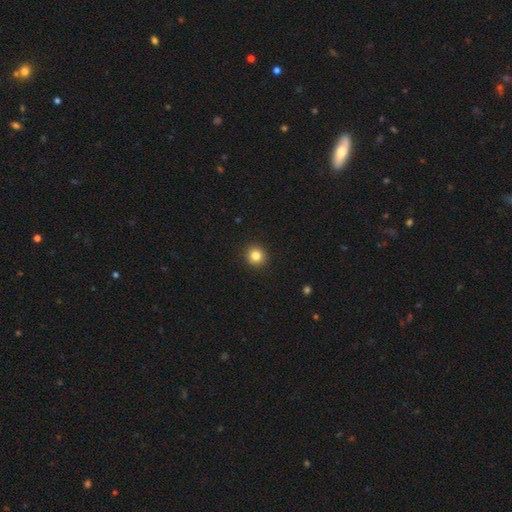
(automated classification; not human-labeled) A smooth galaxy with no disk features (83%) that is round (92%).

Vote fractions:
- Smooth or featured? smooth: 83% / star or artifact: 11% / featured or disk: 6%
- How rounded? round: 92% / in between: 8% / cigar-shaped: 1%
- Merging? none: 93% / minor disturbance: 5% / major disturbance: 2% / merger: 1%